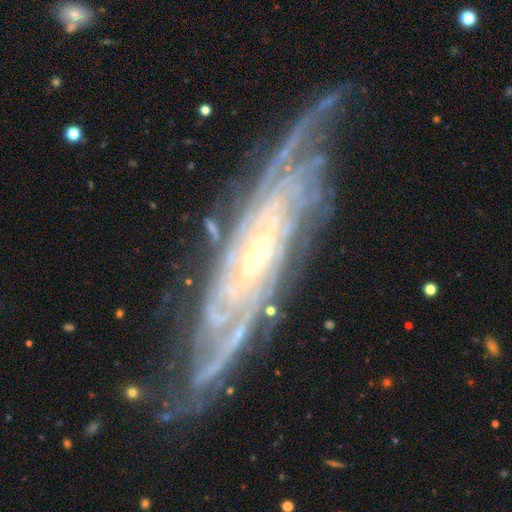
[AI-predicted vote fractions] This appears to be a featured or disk galaxy (89%) with no bar (59%), tight (73%) spiral arms (97%) and a small central bulge (74%). Merging: none (79%).